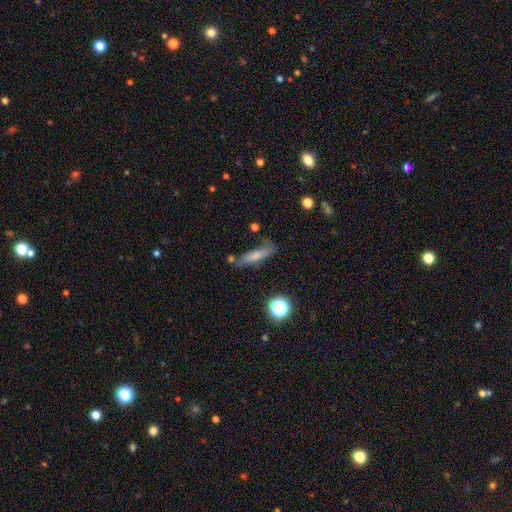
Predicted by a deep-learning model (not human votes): Morphology: type=smooth (60%); roundness=cigar-shaped (69%); merging=none (60%).